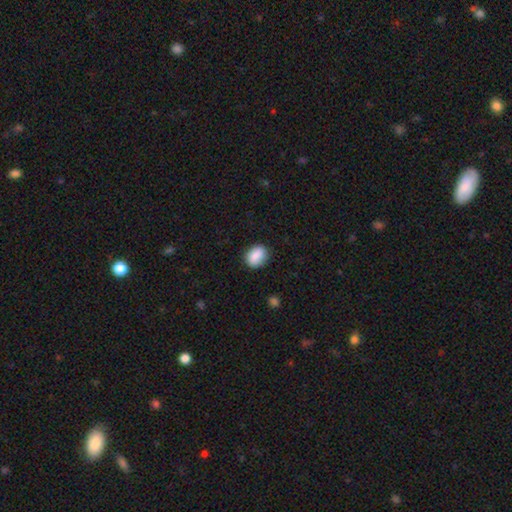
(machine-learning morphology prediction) A smooth galaxy with no disk features (86%) that is in between round and cigar-shaped (59%).

Vote fractions:
- Smooth or featured? smooth: 86% / star or artifact: 7% / featured or disk: 7%
- How rounded? in between: 59% / round: 40% / cigar-shaped: 1%
- Merging? none: 83% / minor disturbance: 13% / major disturbance: 3% / merger: 1%